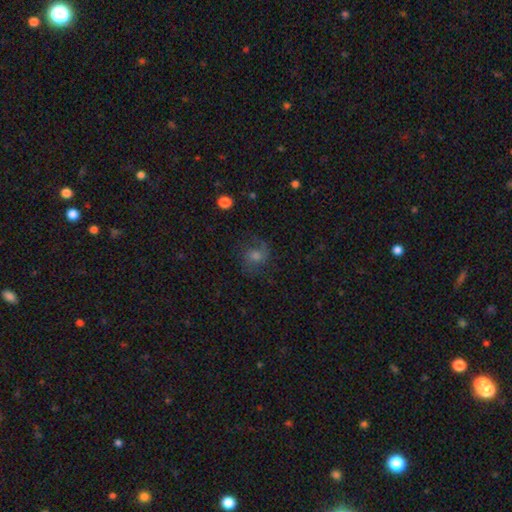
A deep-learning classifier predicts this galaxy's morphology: featured or disk 60%, smooth 22%, star or artifact 18%. Down the decision tree: edge-on disk — no (97%); bar — no (56%); spiral arms — yes (92%); spiral arm count — 2 (82%); spiral winding — medium (52%); bulge size — moderate (52%); merging — none (75%).